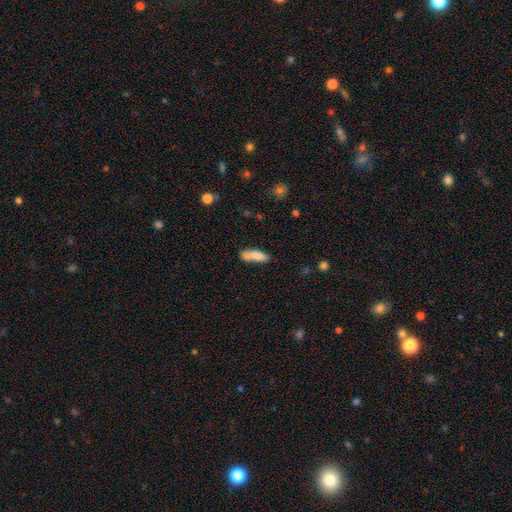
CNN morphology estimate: type=smooth (80%); roundness=in between (51%); merging=none (54%).